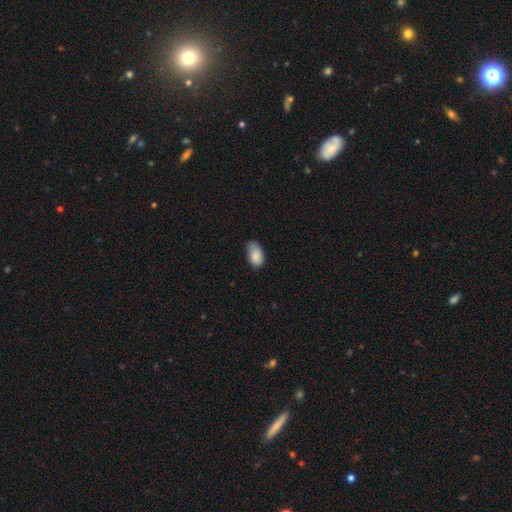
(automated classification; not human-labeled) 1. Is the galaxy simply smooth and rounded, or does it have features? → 87% smooth, 7% star or artifact, 6% featured or disk.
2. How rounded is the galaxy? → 92% in between, 7% round, 2% cigar-shaped.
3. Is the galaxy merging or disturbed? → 61% none, 32% minor disturbance, 6% major disturbance, 2% merger.